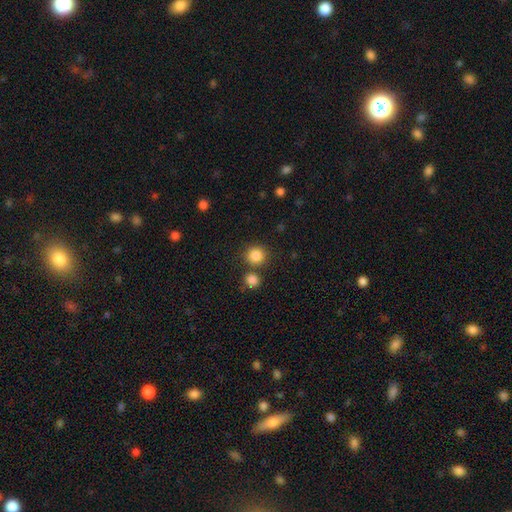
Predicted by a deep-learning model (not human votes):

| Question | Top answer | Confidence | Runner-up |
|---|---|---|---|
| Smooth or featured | smooth | 85% | star or artifact (11%) |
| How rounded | round | 91% | in between (8%) |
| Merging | none | 75% | merger (14%) |